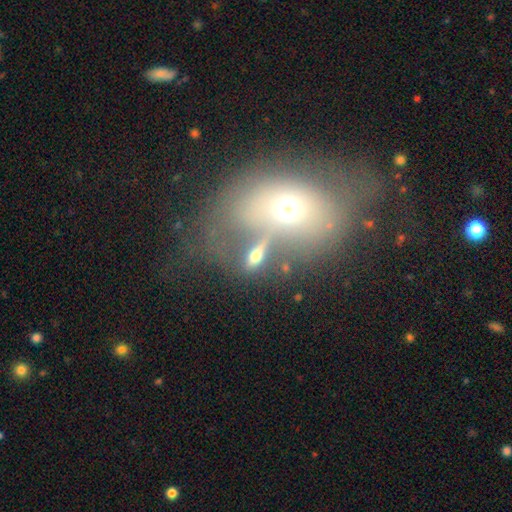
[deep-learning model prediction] Overall: smooth (48%; featured or disk 35%). Merging: none (43%; merger 30%).